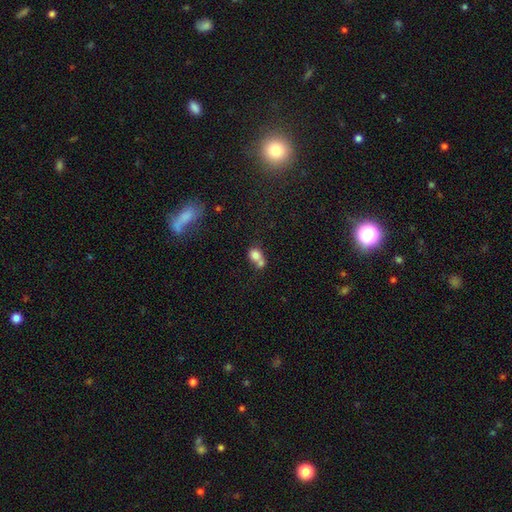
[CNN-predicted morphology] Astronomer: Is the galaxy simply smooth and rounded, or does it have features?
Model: smooth — 75%.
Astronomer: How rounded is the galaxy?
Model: round — 56% (runner-up: in between, 42%).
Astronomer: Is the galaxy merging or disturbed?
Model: merger — 63%.